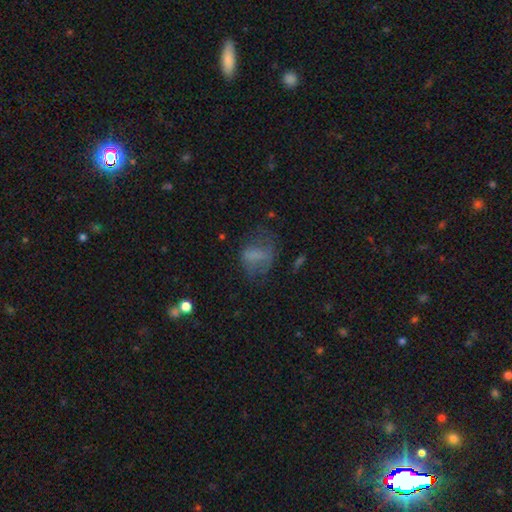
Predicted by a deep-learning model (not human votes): Smooth or featured? smooth (54%)
How rounded? in between (67%)
Merging? none (40%)